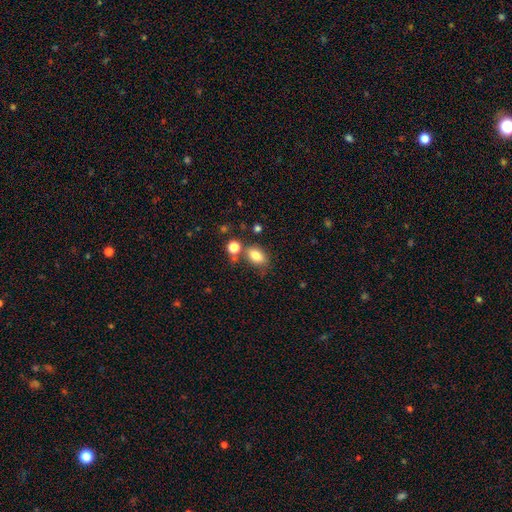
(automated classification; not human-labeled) smooth 82%, star or artifact 10%, featured or disk 8%. Down the decision tree: how rounded — in between (83%); merging — none (60%).